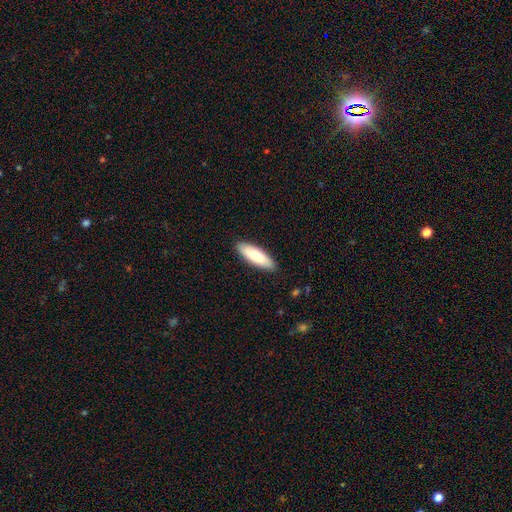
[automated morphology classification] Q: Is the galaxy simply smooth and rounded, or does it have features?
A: smooth — 80%.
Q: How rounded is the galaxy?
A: in between — 54%.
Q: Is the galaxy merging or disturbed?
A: none — 89%.